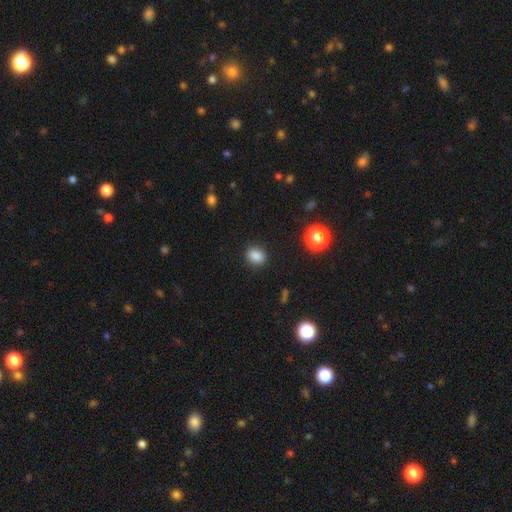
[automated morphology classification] This appears to be a smooth galaxy with no disk features (85%) that is in between round and cigar-shaped (57%). Merging: none (87%).